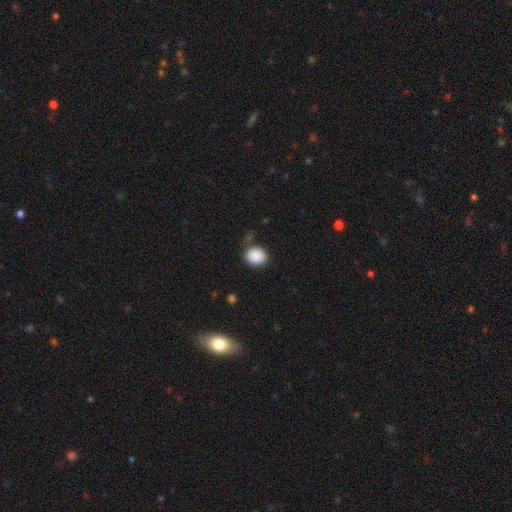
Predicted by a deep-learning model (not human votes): Smooth or featured? Predicted: smooth (p=0.89). How rounded? Predicted: round (p=0.63). Merging? Predicted: none (p=0.74).